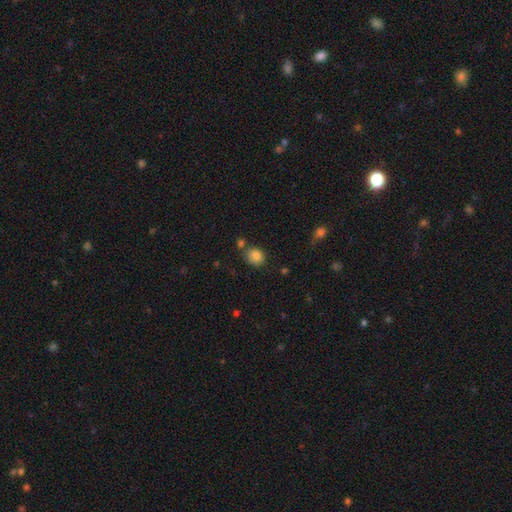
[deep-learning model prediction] Smooth or featured? Predicted: smooth (p=0.84). How rounded? Predicted: round (p=0.69). Merging? Predicted: none (p=0.73).